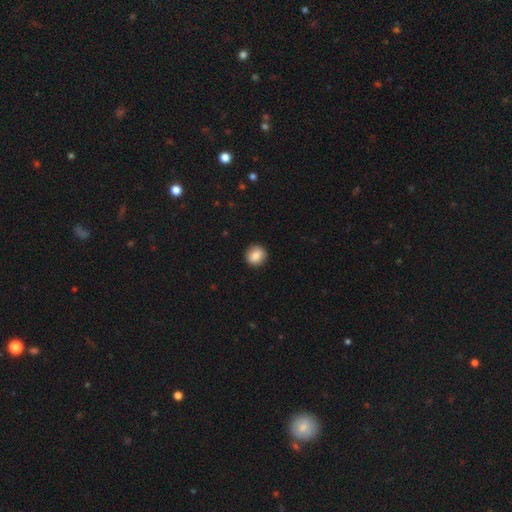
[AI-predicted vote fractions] smooth 84%, star or artifact 8%, featured or disk 7%. Down the decision tree: how rounded — round (88%); merging — none (90%).